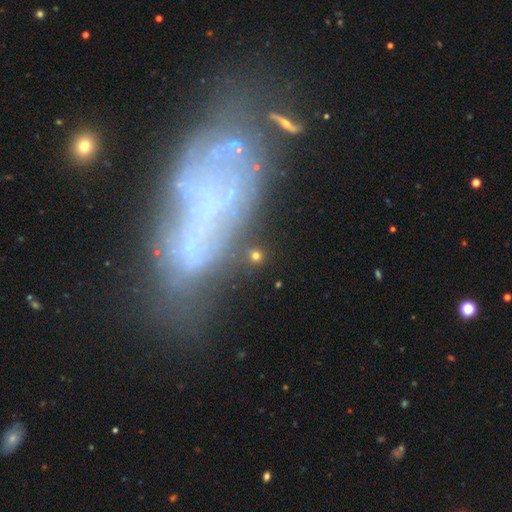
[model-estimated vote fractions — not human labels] This appears to be a smooth galaxy with no disk features (56%) that is round (80%). Merging: none (79%).